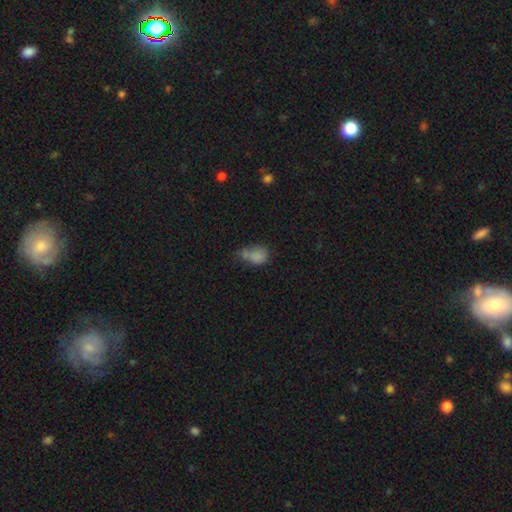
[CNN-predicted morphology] smooth 75%, featured or disk 13%, star or artifact 12%. Down the decision tree: how rounded — in between (68%); merging — merger (34%).